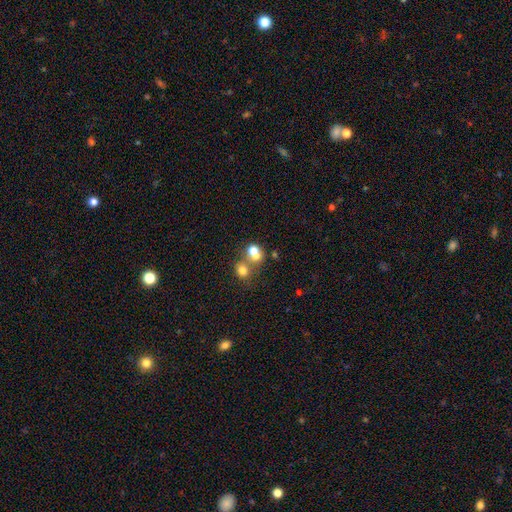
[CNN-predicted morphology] smooth_or_featured: smooth (p=0.68) [alt: featured or disk p=0.17]
how_rounded: round (p=0.69) [alt: in between p=0.30]
merging: merger (p=0.56) [alt: none p=0.33]